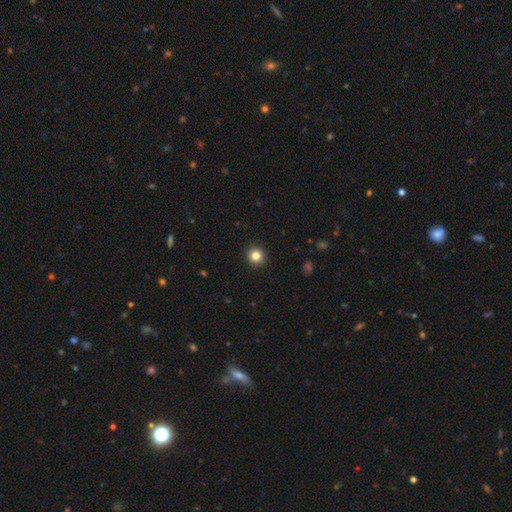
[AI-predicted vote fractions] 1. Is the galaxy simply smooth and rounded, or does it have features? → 83% smooth, 11% star or artifact, 5% featured or disk.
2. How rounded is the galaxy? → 93% round, 6% in between, 1% cigar-shaped.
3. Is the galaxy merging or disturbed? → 93% none, 5% minor disturbance, 2% major disturbance, 1% merger.